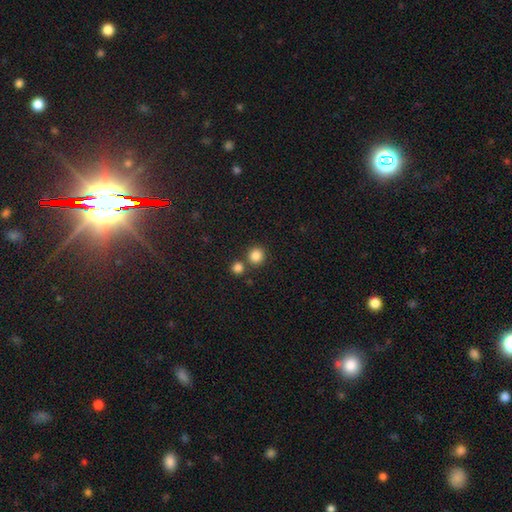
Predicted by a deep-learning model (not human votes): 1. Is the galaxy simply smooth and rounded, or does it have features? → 84% smooth, 11% star or artifact, 4% featured or disk.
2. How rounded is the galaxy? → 93% round, 6% in between, 1% cigar-shaped.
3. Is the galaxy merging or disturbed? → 76% none, 16% merger, 6% minor disturbance, 2% major disturbance.